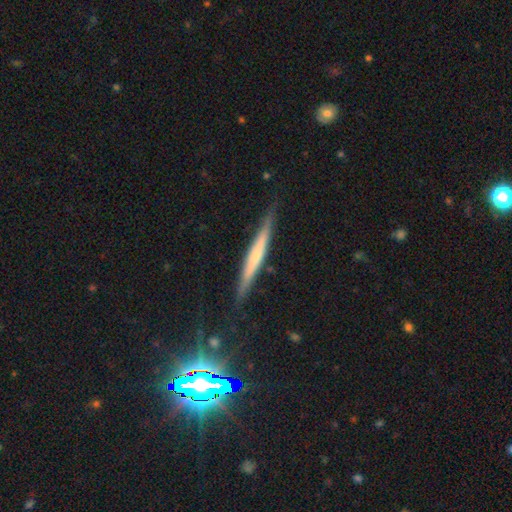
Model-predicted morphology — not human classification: Q: Smooth or featured?
A: featured or disk (54%); runner-up: smooth (38%)
Q: Edge-on disk?
A: yes (95%); runner-up: no (5%)
Q: Edge-on bulge?
A: none (52%); runner-up: rounded (39%)
Q: Merging?
A: none (85%); runner-up: minor disturbance (11%)